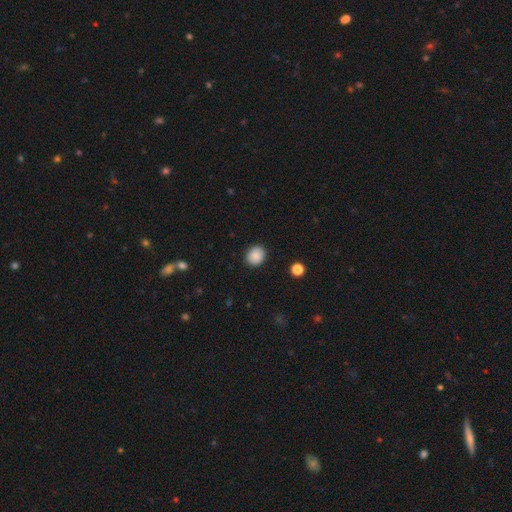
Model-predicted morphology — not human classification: Smooth or featured? Predicted: smooth (p=0.89). How rounded? Predicted: round (p=0.66). Merging? Predicted: none (p=0.90).